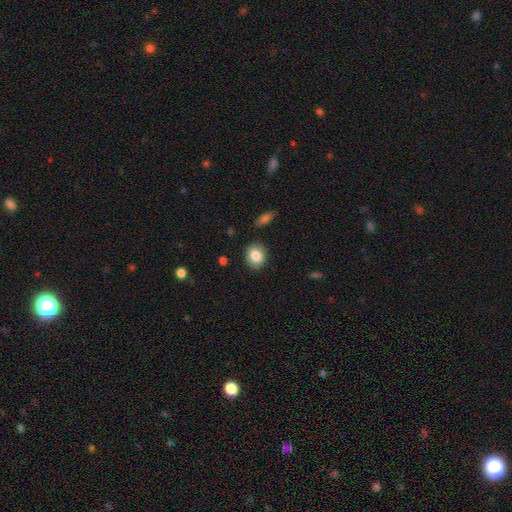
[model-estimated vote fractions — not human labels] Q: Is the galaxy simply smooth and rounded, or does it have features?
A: smooth — 84%.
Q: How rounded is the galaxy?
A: round — 51%.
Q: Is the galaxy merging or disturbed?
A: none — 86%.